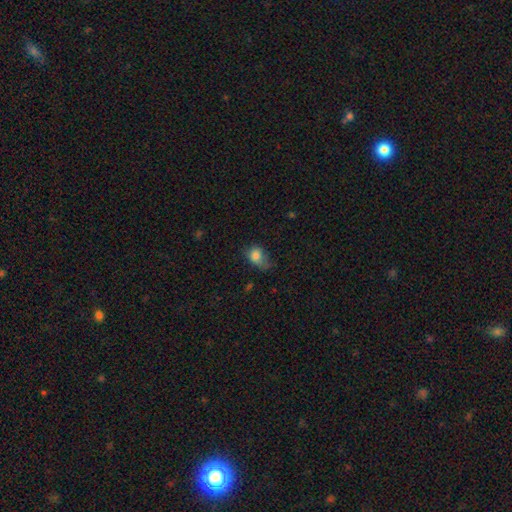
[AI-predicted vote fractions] This appears to be a smooth galaxy with no disk features (81%) that is in between round and cigar-shaped (65%). Merging: minor disturbance (39%).